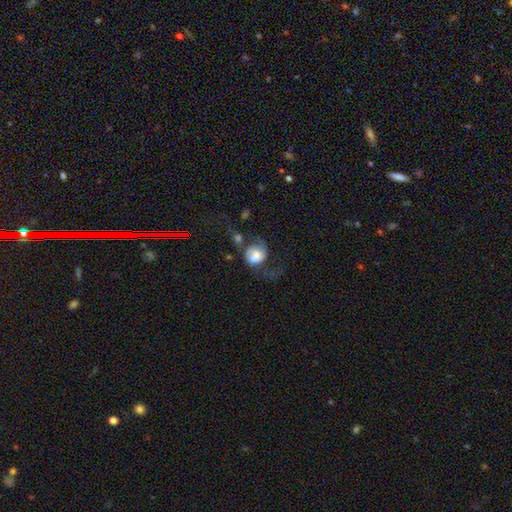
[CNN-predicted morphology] The model was most divided on "merging": major disturbance: 37%, merger: 24%, none: 23%, minor disturbance: 16%. More confident: how rounded — round (65%); smooth or featured — smooth (55%).